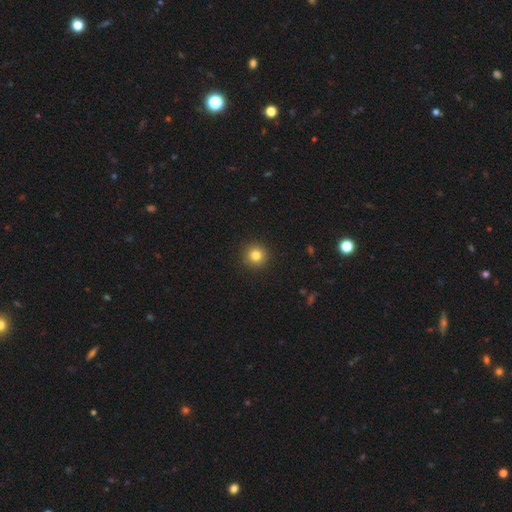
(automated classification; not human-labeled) This is clearly a smooth galaxy (82%). How rounded: clearly round (95%). Merging: clearly none (92%).